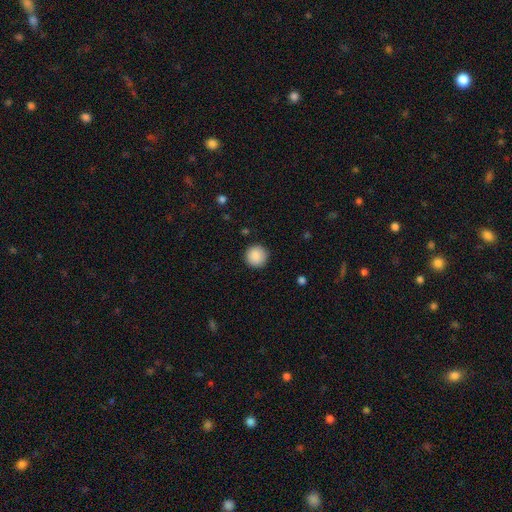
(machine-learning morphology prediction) This is clearly a smooth galaxy (89%). How rounded: clearly round (96%). Merging: clearly none (92%).